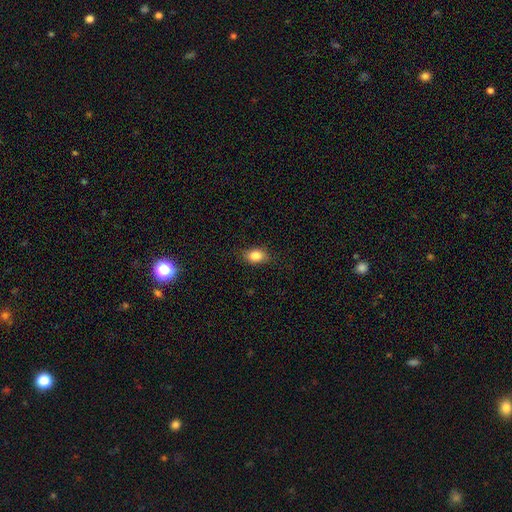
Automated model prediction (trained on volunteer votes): Overall: smooth (85%). How rounded: in between (76%). Merging: none (84%).